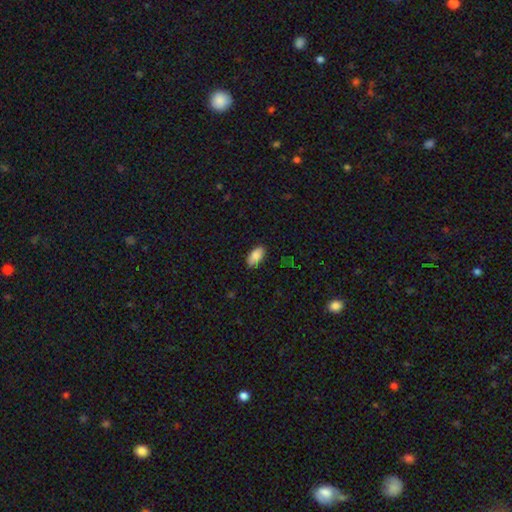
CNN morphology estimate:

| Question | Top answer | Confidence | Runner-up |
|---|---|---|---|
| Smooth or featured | smooth | 87% | featured or disk (7%) |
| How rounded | in between | 93% | cigar-shaped (5%) |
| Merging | none | 85% | minor disturbance (11%) |